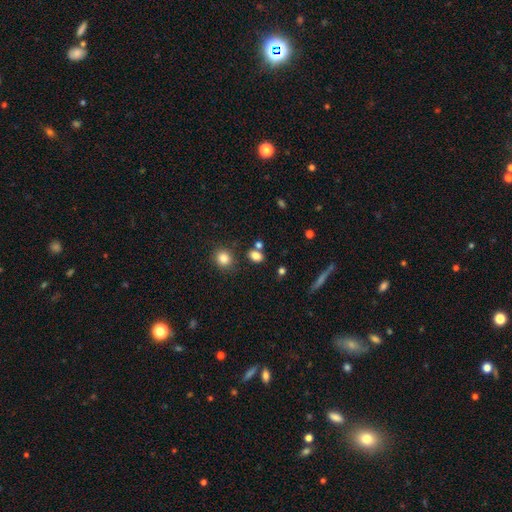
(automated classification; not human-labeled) Q: Smooth or featured?
A: smooth (81%); runner-up: star or artifact (12%)
Q: How rounded?
A: in between (68%); runner-up: round (30%)
Q: Merging?
A: none (68%); runner-up: merger (17%)